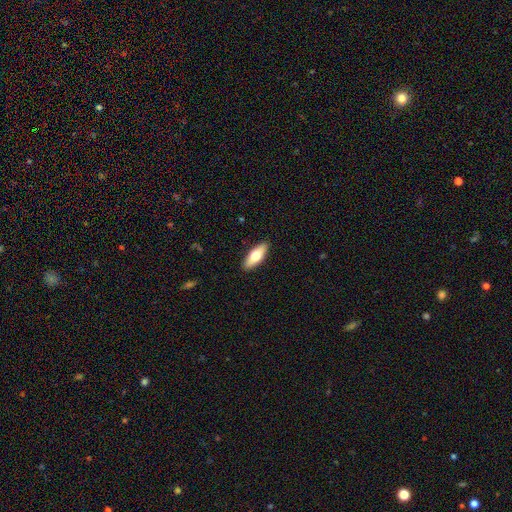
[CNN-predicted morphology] Smooth or featured? smooth (65%)
How rounded? in between (67%)
Merging? none (90%)